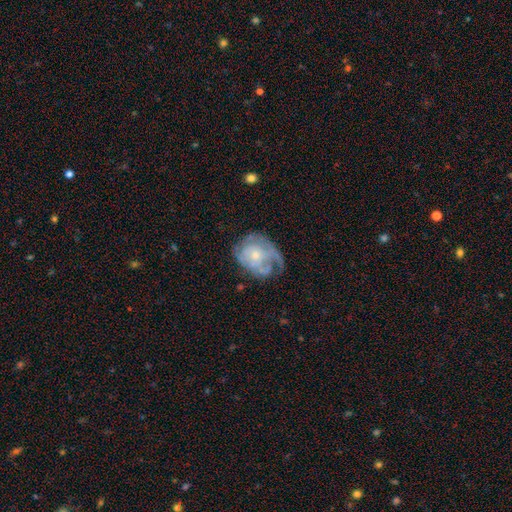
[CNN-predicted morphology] This appears to be a featured or disk galaxy (65%) with no bar (83%), spiral arms (64%) and a small central bulge (56%). Merging: none (44%).